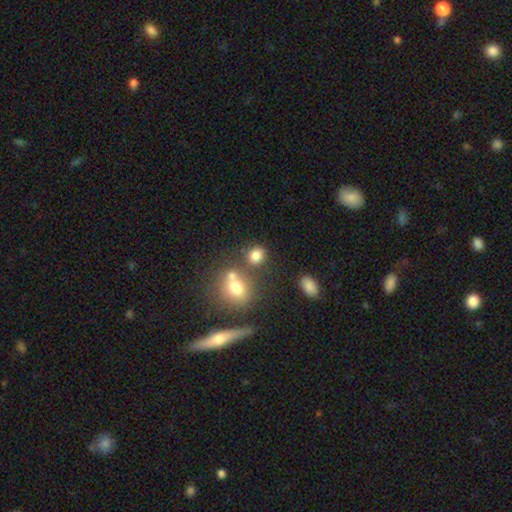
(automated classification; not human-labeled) Smooth or featured? Predicted: smooth (p=0.80). How rounded? Predicted: round (p=0.70). Merging? Predicted: none (p=0.68).